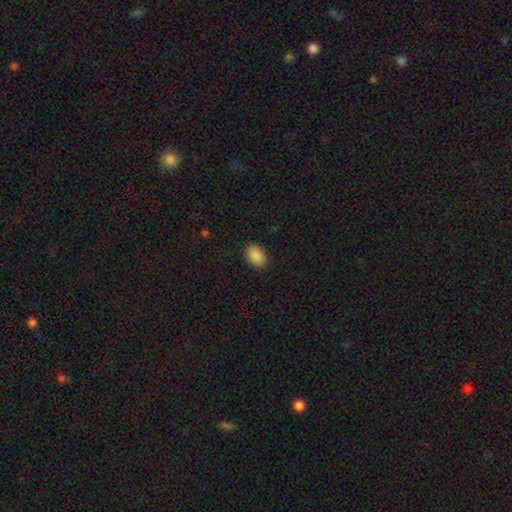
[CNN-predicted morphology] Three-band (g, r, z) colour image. It shows a smooth galaxy with no disk features (90%) that is in between round and cigar-shaped (87%). Merging: none (88%).